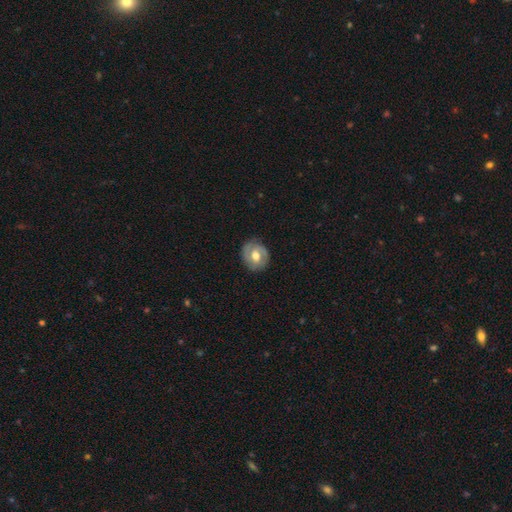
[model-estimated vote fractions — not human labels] Q: Smooth or featured?
A: featured or disk (64%); runner-up: smooth (30%)
Q: Edge-on disk?
A: no (97%); runner-up: yes (3%)
Q: Bar?
A: no (43%); tied with: weak (43%)
Q: Spiral arms?
A: yes (77%); runner-up: no (23%)
Q: Bulge size?
A: moderate (74%); runner-up: large (16%)
Q: Merging?
A: none (81%); runner-up: minor disturbance (14%)